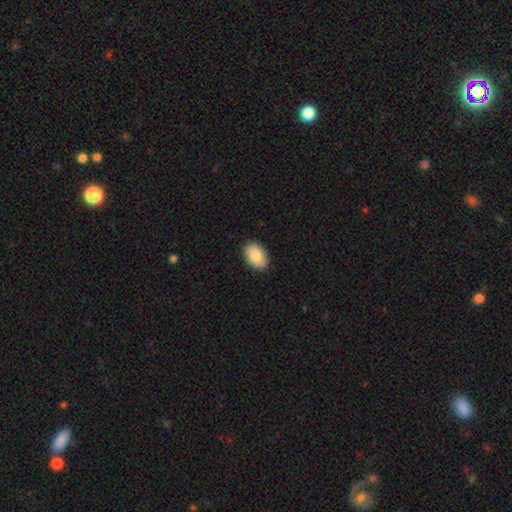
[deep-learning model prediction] smooth_or_featured: smooth (p=0.88) [alt: star or artifact p=0.06]
how_rounded: in between (p=0.91) [alt: round p=0.08]
merging: none (p=0.90) [alt: minor disturbance p=0.08]